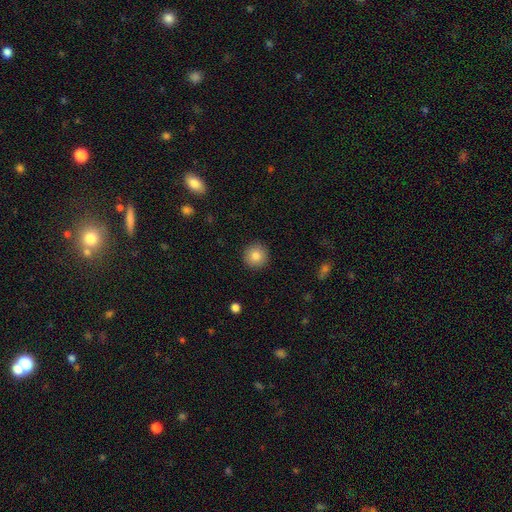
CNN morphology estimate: Overall: smooth (83%). How rounded: round (95%). Merging: none (92%).